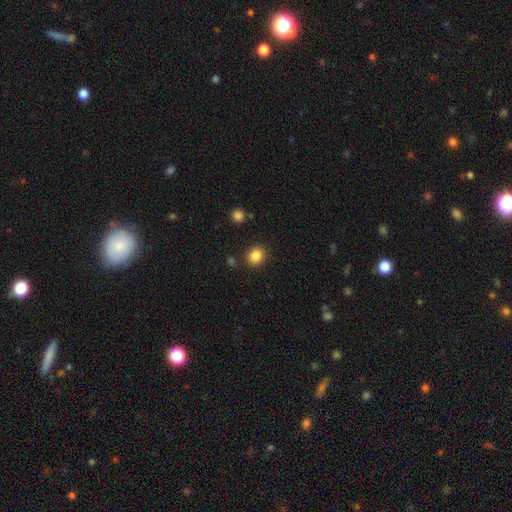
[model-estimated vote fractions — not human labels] Smooth or featured? smooth (85%)
How rounded? round (63%)
Merging? none (86%)